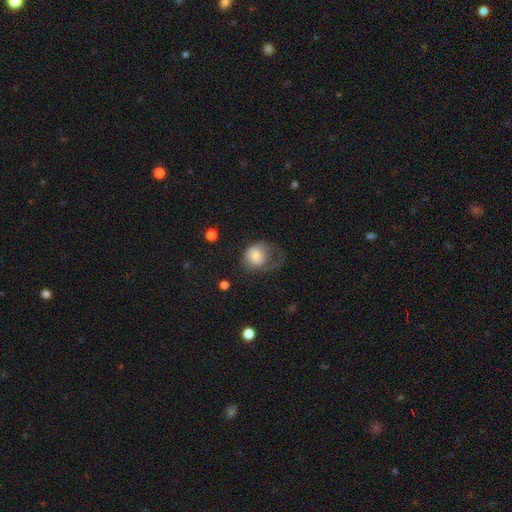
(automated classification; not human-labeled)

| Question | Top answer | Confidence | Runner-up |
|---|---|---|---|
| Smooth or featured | smooth | 65% | featured or disk (27%) |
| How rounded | round | 61% | in between (39%) |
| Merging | major disturbance | 48% | none (27%) |